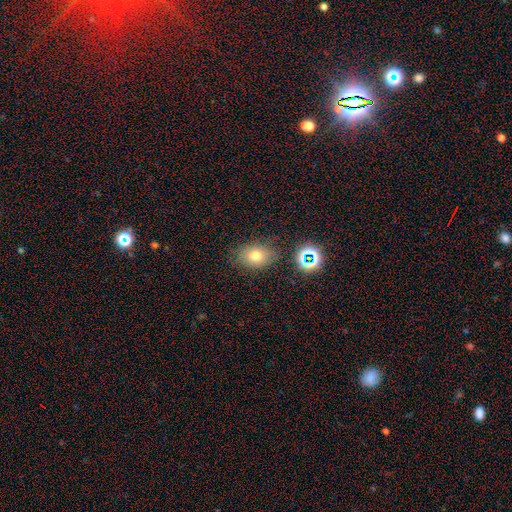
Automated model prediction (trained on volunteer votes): Q: Smooth or featured?
A: smooth (72%); runner-up: star or artifact (15%)
Q: How rounded?
A: in between (70%); runner-up: round (29%)
Q: Merging?
A: none (78%); runner-up: minor disturbance (14%)